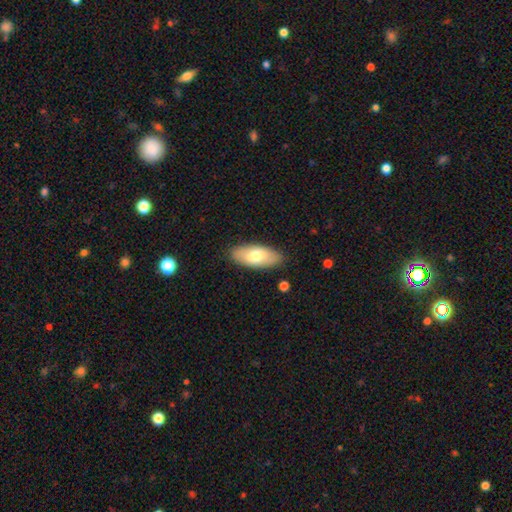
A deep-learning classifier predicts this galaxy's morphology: Smooth or featured?
  - smooth: 71% *
  - featured or disk: 23%
  - star or artifact: 6%
How rounded?
  - in between: 87% *
  - cigar-shaped: 11%
  - round: 2%
Merging?
  - none: 86% *
  - minor disturbance: 10%
  - major disturbance: 2%
  - merger: 1%